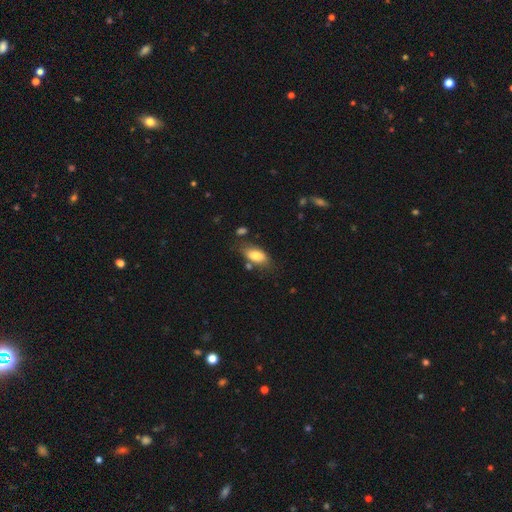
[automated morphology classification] Overall: smooth (79%). How rounded: in between (89%). Merging: none (69%).